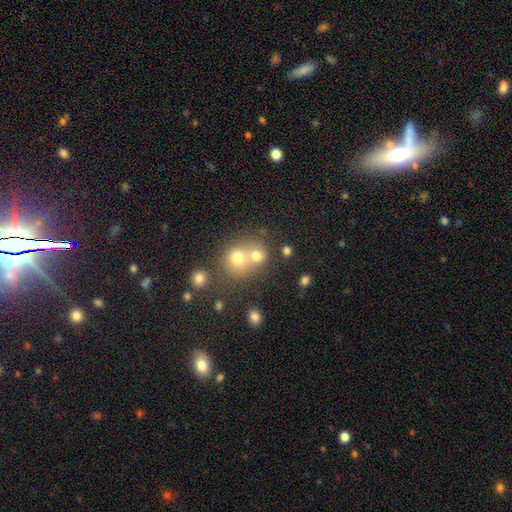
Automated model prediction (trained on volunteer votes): The model was most divided on "merging": merger: 49%, none: 40%, minor disturbance: 7%, major disturbance: 4%. More confident: how rounded — round (77%); smooth or featured — smooth (70%).